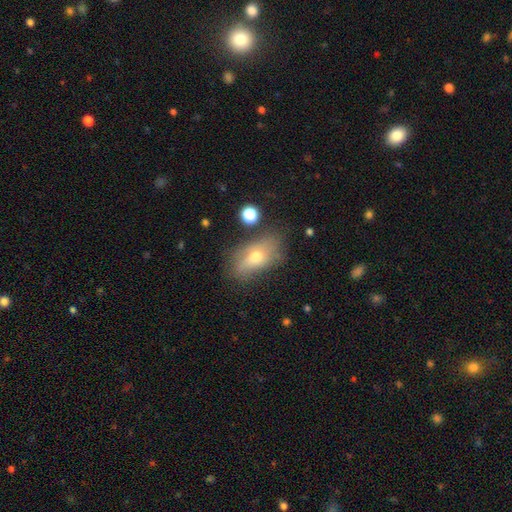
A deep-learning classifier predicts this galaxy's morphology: A smooth galaxy with no disk features (61%) that is in between round and cigar-shaped (84%).

Vote fractions:
- Smooth or featured? smooth: 61% / featured or disk: 29% / star or artifact: 10%
- How rounded? in between: 84% / round: 9% / cigar-shaped: 7%
- Merging? none: 63% / minor disturbance: 23% / major disturbance: 9% / merger: 4%